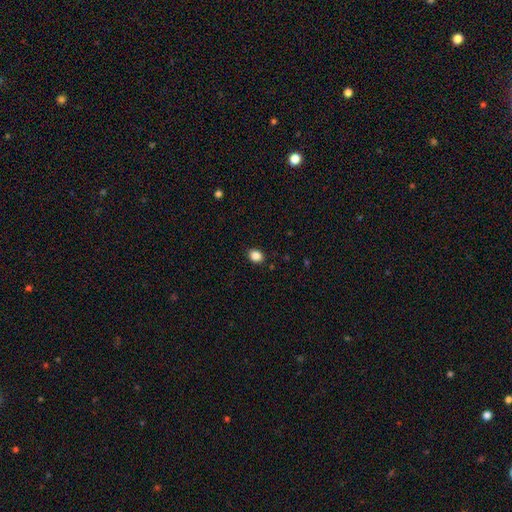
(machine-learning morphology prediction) Smooth or featured: smooth — 86% (star or artifact — 10%)
How rounded: in between — 52% (round — 47%)
Merging: none — 89% (minor disturbance — 8%)